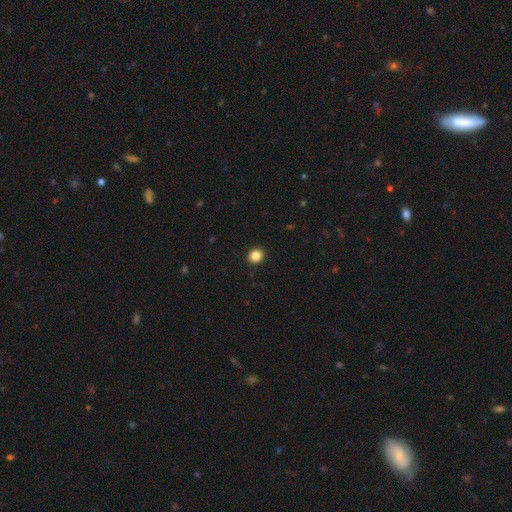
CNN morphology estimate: This appears to be a smooth galaxy with no disk features (85%) that is round (78%). Merging: none (92%).